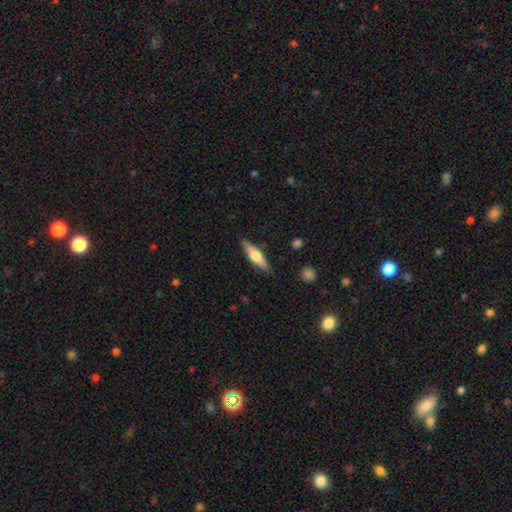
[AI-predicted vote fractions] Overall: smooth (48%; featured or disk 46%). Merging: none (86%).